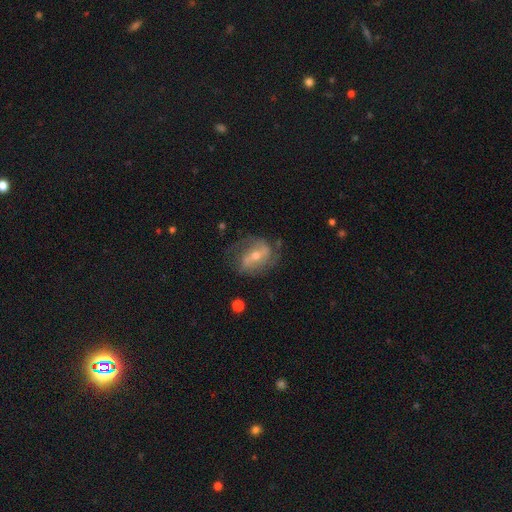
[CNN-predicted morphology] The model was most divided on "bar": weak: 41%, strong: 35%, no: 24%. Remaining: edge-on disk — no (95%); spiral arms — yes (85%); smooth or featured — featured or disk (76%); spiral arm count — 2 (73%); merging — none (60%); bulge size — moderate (59%); spiral winding — medium (43%).